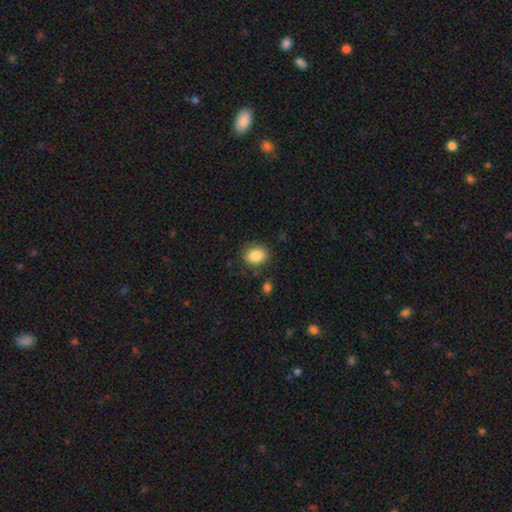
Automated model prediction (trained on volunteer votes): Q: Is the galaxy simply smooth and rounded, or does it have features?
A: smooth — 86%.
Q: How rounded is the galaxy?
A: in between — 56%.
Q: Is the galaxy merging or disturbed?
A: none — 79%.